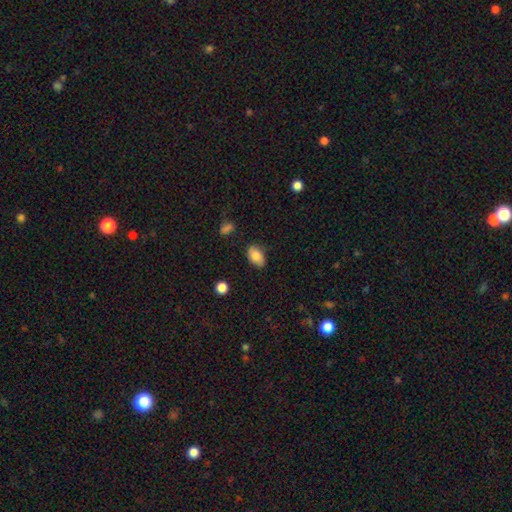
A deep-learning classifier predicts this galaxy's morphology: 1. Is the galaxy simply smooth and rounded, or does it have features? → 83% smooth, 10% featured or disk, 8% star or artifact.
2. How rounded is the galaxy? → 90% in between, 9% round, 1% cigar-shaped.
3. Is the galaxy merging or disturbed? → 78% none, 17% minor disturbance, 3% major disturbance, 2% merger.